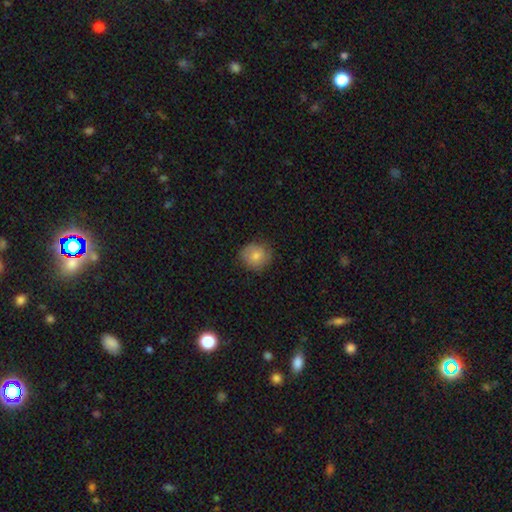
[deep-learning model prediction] Overall: smooth (80%). How rounded: round (86%). Merging: none (80%).